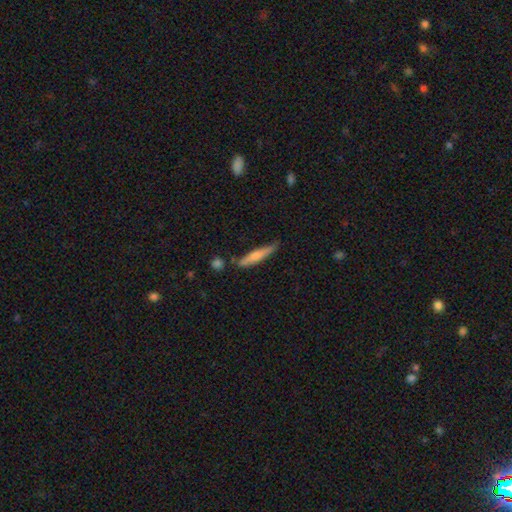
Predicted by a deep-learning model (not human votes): Smooth or featured? Predicted: smooth (p=0.62). How rounded? Predicted: cigar-shaped (p=0.88). Merging? Predicted: none (p=0.70).